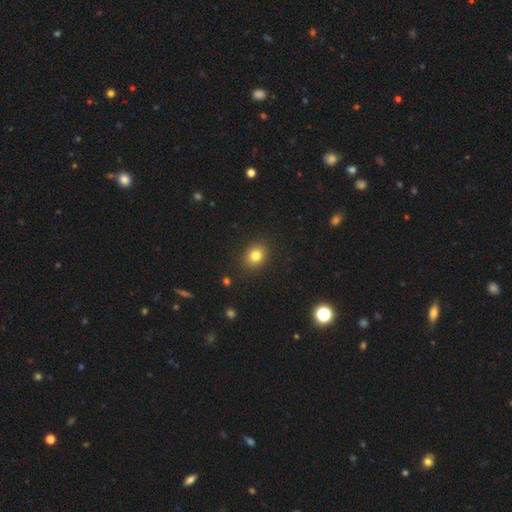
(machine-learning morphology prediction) Smooth or featured?
  - smooth: 81% *
  - star or artifact: 12%
  - featured or disk: 7%
How rounded?
  - round: 63% *
  - in between: 36%
  - cigar-shaped: 1%
Merging?
  - none: 89% *
  - minor disturbance: 8%
  - major disturbance: 2%
  - merger: 1%